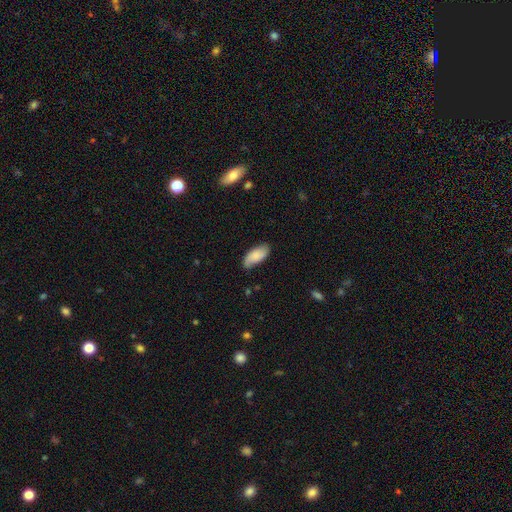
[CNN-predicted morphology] This appears to be a smooth galaxy with no disk features (77%) that is in between round and cigar-shaped (91%). Merging: none (74%).